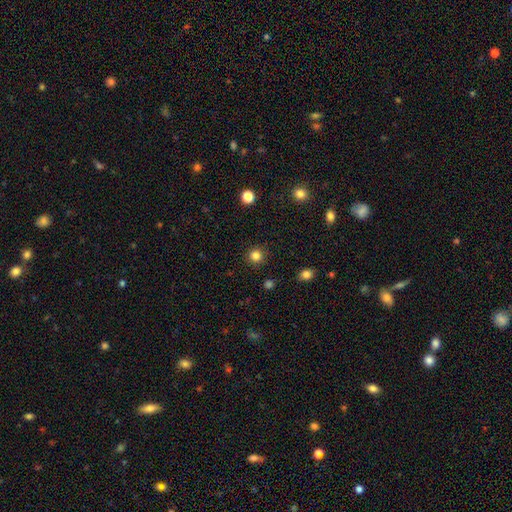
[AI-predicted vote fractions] smooth_or_featured: smooth (p=0.83) [alt: star or artifact p=0.12]
how_rounded: round (p=0.94) [alt: in between p=0.05]
merging: none (p=0.91) [alt: minor disturbance p=0.05]